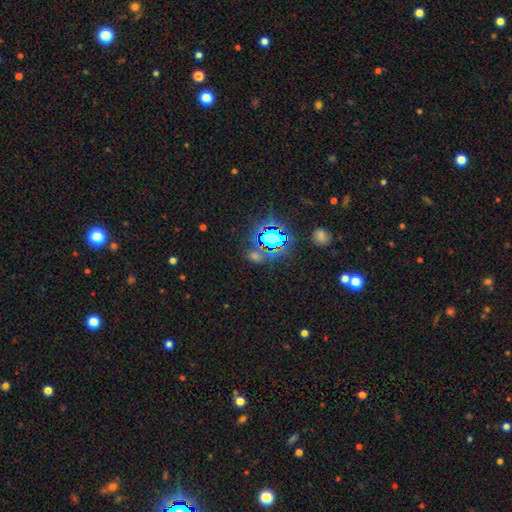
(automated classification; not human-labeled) Smooth or featured: star or artifact — 70% (smooth — 22%)